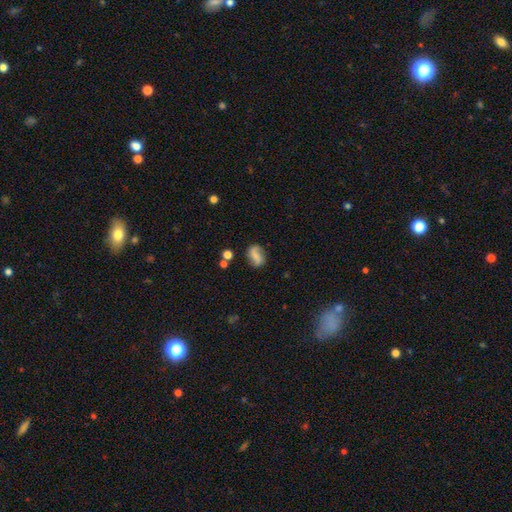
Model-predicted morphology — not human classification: A smooth galaxy with no disk features (50%).

Vote fractions:
- Smooth or featured? smooth: 50% / featured or disk: 40% / star or artifact: 11%
- Merging? none: 66% / minor disturbance: 21% / major disturbance: 8% / merger: 5%